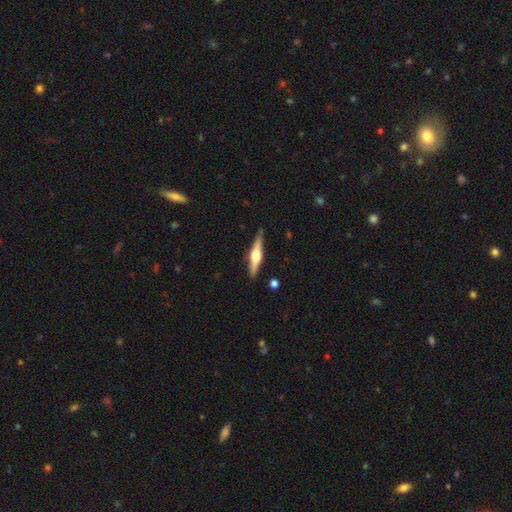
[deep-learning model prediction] featured or disk 69%, smooth 25%, star or artifact 5%. Down the decision tree: edge-on disk — yes (97%); edge-on bulge — rounded (92%); merging — none (87%).